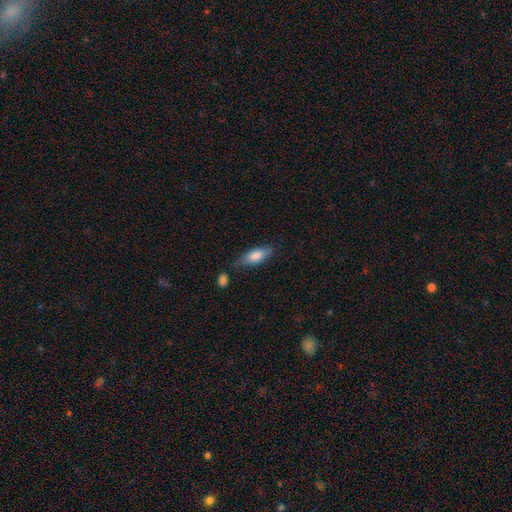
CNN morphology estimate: A smooth galaxy with no disk features (78%) that is in between round and cigar-shaped (69%).

Vote fractions:
- Smooth or featured? smooth: 78% / featured or disk: 16% / star or artifact: 6%
- How rounded? in between: 69% / cigar-shaped: 29% / round: 2%
- Merging? none: 63% / minor disturbance: 23% / merger: 8% / major disturbance: 6%